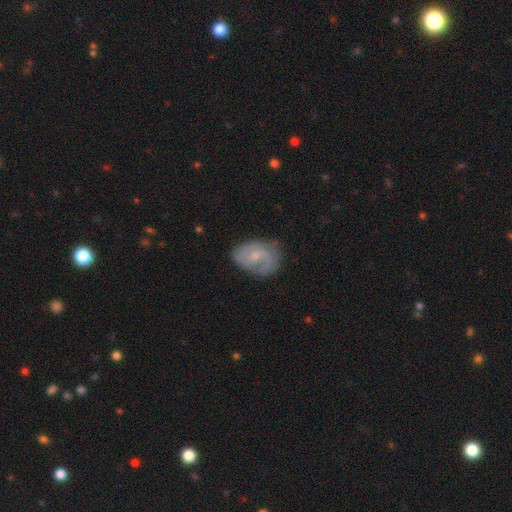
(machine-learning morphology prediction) A featured or disk galaxy (60%) with no bar (56%), spiral arms (82%) and a small central bulge (54%). Merging: none (63%).